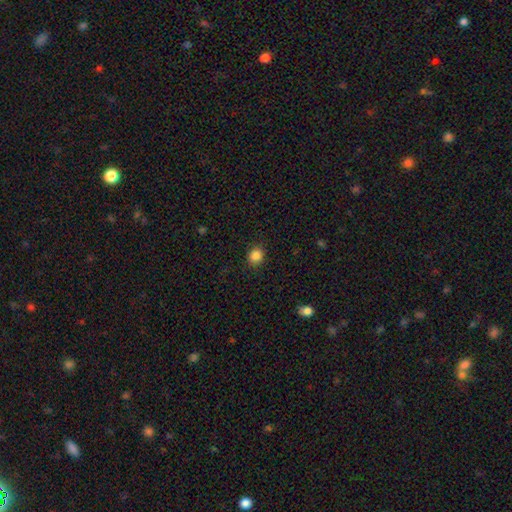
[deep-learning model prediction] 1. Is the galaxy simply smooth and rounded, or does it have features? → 86% smooth, 11% star or artifact, 3% featured or disk.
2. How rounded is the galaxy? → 83% round, 16% in between, 1% cigar-shaped.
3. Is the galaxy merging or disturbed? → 89% none, 7% minor disturbance, 2% major disturbance, 1% merger.